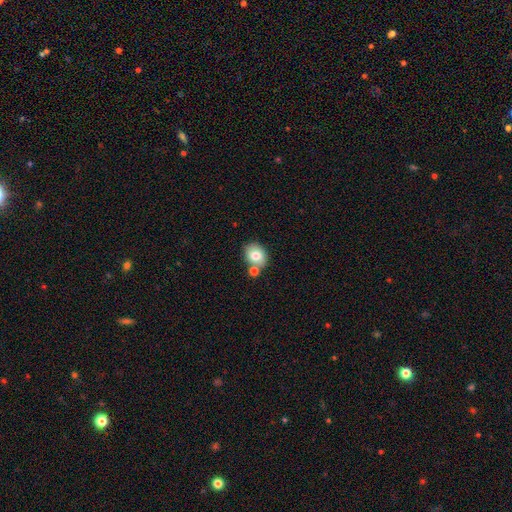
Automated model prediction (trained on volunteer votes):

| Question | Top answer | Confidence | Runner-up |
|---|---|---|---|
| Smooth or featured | smooth | 77% | featured or disk (14%) |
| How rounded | round | 52% | in between (47%) |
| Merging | none | 61% | merger (22%) |